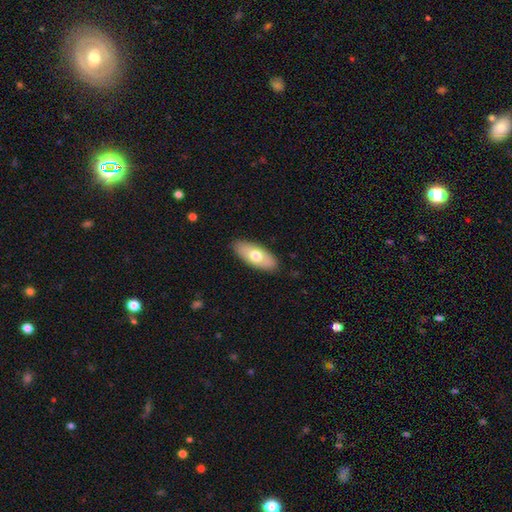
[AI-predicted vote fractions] The model was most divided on "smooth or featured": smooth: 67%, featured or disk: 28%, star or artifact: 6%. More confident: merging — none (87%); how rounded — in between (86%).